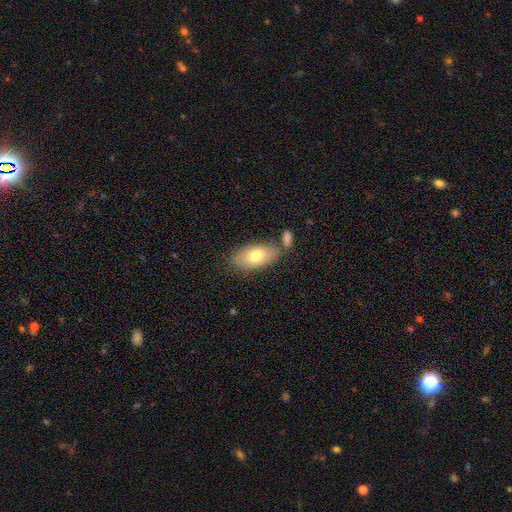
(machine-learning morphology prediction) type=smooth (73%); roundness=in between (92%); merging=none (66%).